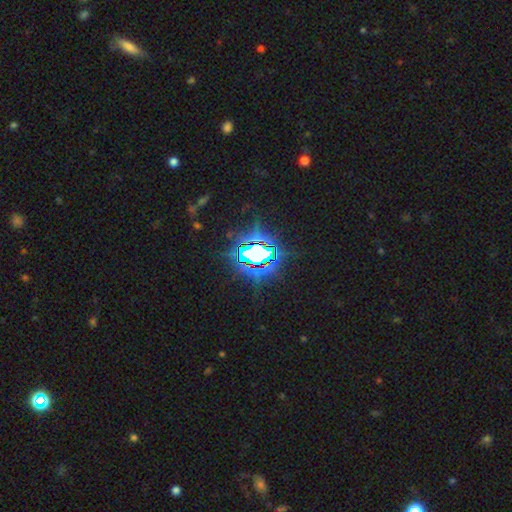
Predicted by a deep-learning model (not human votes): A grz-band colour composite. It shows a star or artifact, not a galaxy (80%).